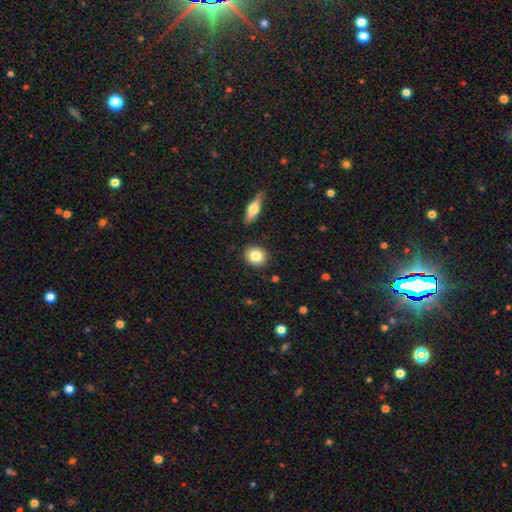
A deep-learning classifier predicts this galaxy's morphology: smooth-or-featured: smooth: 84% | featured or disk: 9% | star or artifact: 8%
  how-rounded: round: 69% | in between: 29% | cigar-shaped: 2%
  merging: none: 88% | minor disturbance: 7% | merger: 3% | major disturbance: 2%